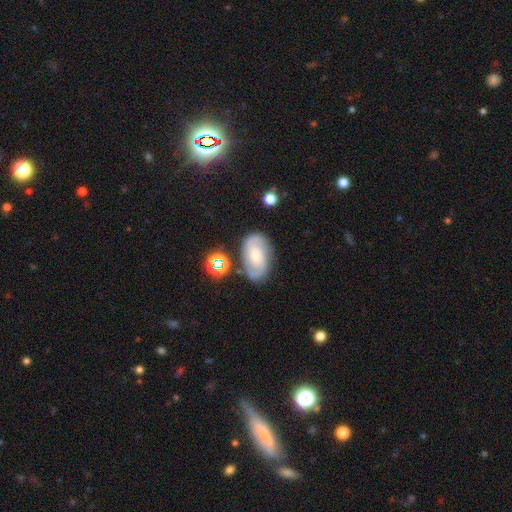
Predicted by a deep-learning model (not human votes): Q: Smooth or featured?
A: featured or disk (68%); runner-up: smooth (24%)
Q: Edge-on disk?
A: no (96%); runner-up: yes (4%)
Q: Bar?
A: no (54%); runner-up: weak (36%)
Q: Spiral arms?
A: yes (89%); runner-up: no (11%)
Q: Spiral winding?
A: medium (46%); runner-up: tight (35%)
Q: Spiral arm count?
A: 2 (81%); runner-up: can't tell (12%)
Q: Bulge size?
A: small (53%); runner-up: moderate (39%)
Q: Merging?
A: none (76%); runner-up: minor disturbance (15%)